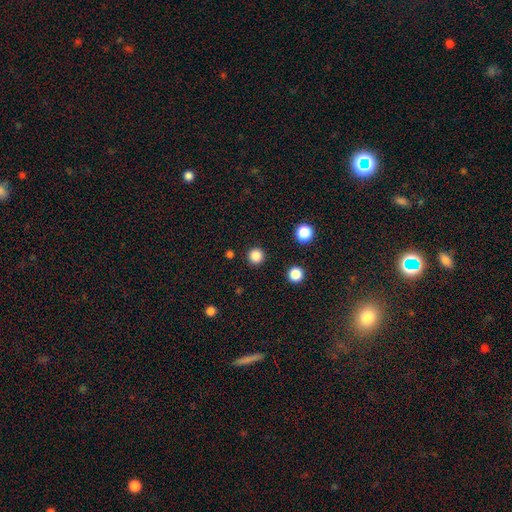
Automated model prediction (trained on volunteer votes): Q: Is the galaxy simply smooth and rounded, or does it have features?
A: smooth — 84%.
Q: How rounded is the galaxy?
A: round — 96%.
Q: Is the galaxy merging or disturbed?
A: none — 92%.